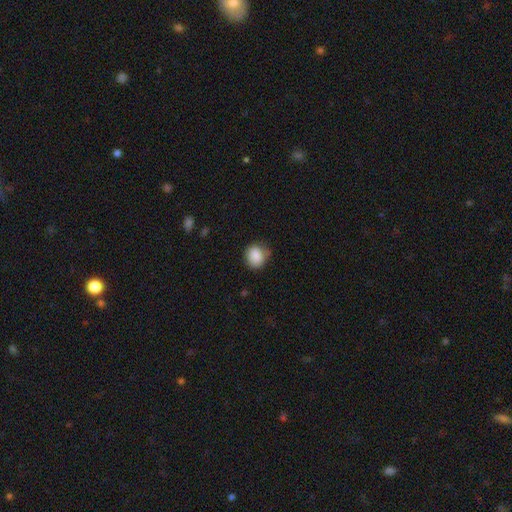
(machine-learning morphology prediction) This is clearly a smooth galaxy (86%). How rounded: likely round (72%). Merging: likely none (70%).